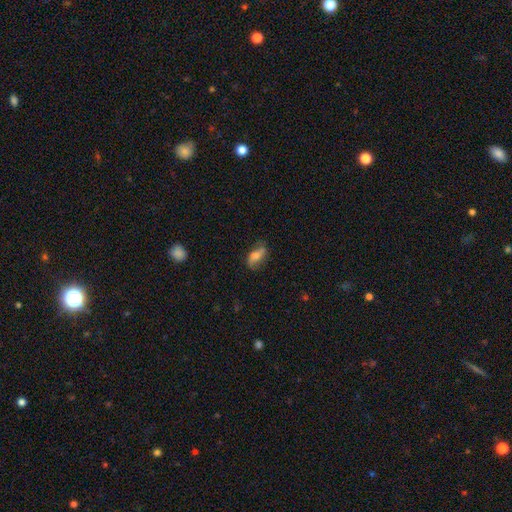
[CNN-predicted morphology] Overall: smooth (60%; featured or disk 31%). How rounded: in between (83%). Merging: none (68%).